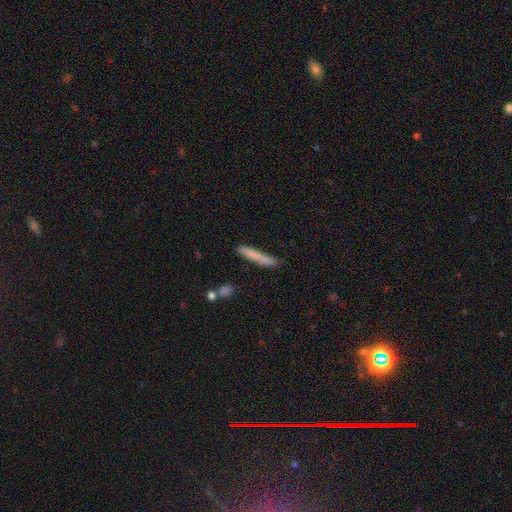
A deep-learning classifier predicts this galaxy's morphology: This is likely a smooth galaxy (77%). How rounded: clearly cigar-shaped (94%). Merging: clearly none (80%).